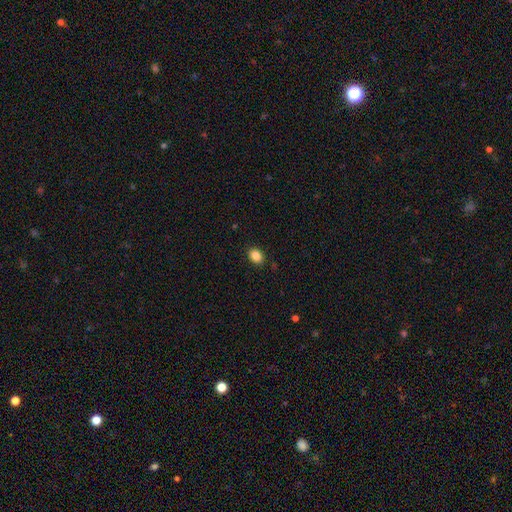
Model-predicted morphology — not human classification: This is clearly a smooth galaxy (87%). How rounded: likely in between (63%). Merging: clearly none (89%).